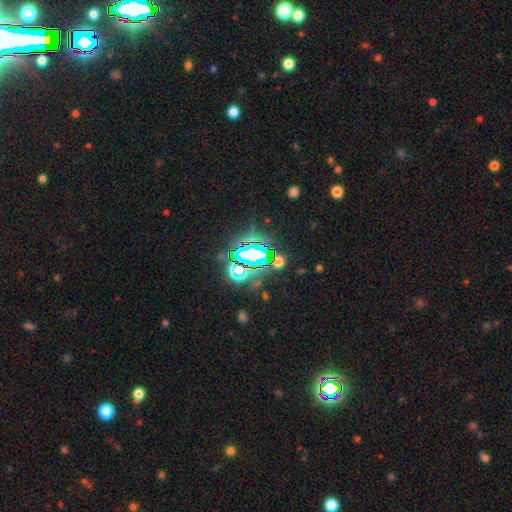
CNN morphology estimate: Smooth or featured?
  - star or artifact: 79% *
  - smooth: 12%
  - featured or disk: 9%